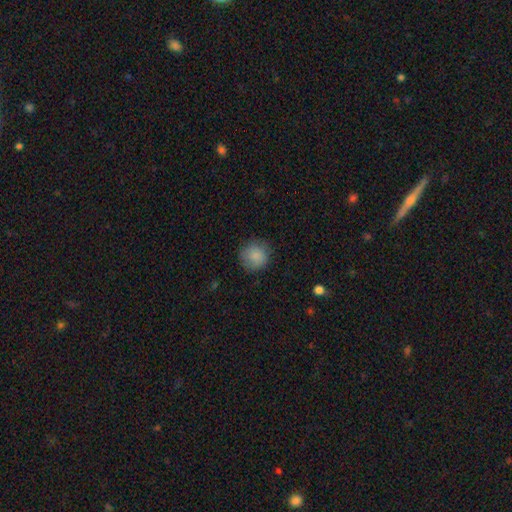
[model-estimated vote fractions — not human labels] Q: Smooth or featured?
A: smooth (87%); runner-up: star or artifact (8%)
Q: How rounded?
A: round (91%); runner-up: in between (8%)
Q: Merging?
A: none (82%); runner-up: minor disturbance (13%)